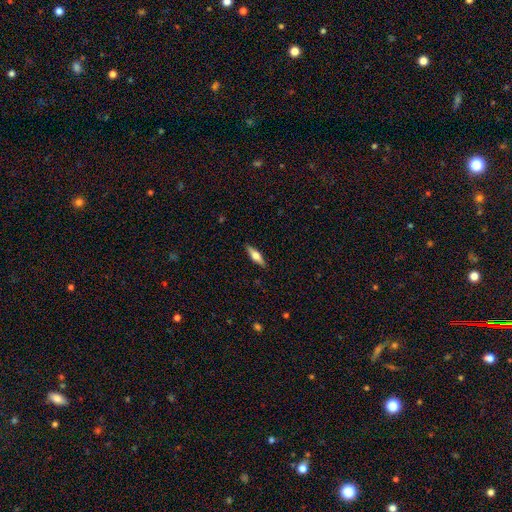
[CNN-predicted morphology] Smooth or featured? smooth (47%, tied with featured or disk)
Merging? none (89%)